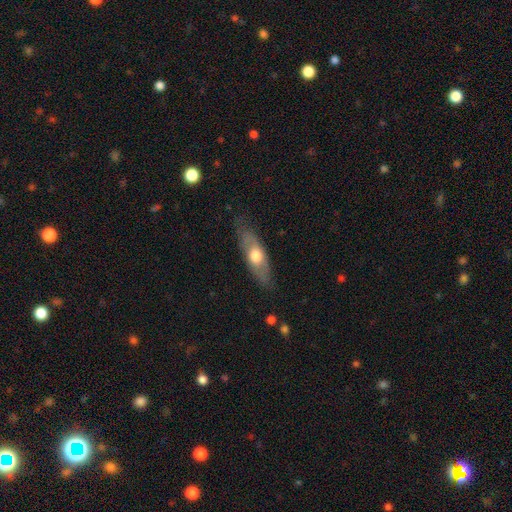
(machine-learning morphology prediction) smooth_or_featured: smooth (p=0.50) [alt: featured or disk p=0.44]
how_rounded: in between (p=0.58) [alt: cigar-shaped p=0.38]
merging: none (p=0.77) [alt: minor disturbance p=0.17]